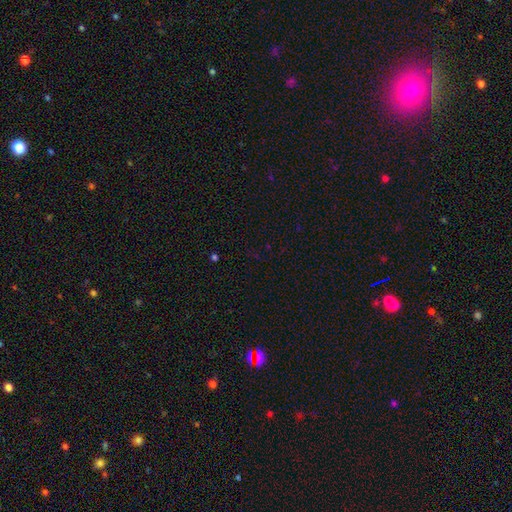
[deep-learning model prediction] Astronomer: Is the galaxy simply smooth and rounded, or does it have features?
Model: star or artifact — 66%.